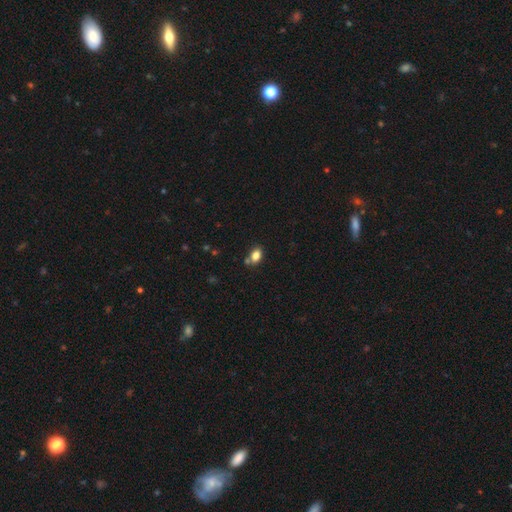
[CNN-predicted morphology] Smooth or featured?
  - smooth: 83% *
  - star or artifact: 10%
  - featured or disk: 7%
How rounded?
  - in between: 83% *
  - round: 15%
  - cigar-shaped: 2%
Merging?
  - none: 67% *
  - merger: 15%
  - minor disturbance: 15%
  - major disturbance: 4%